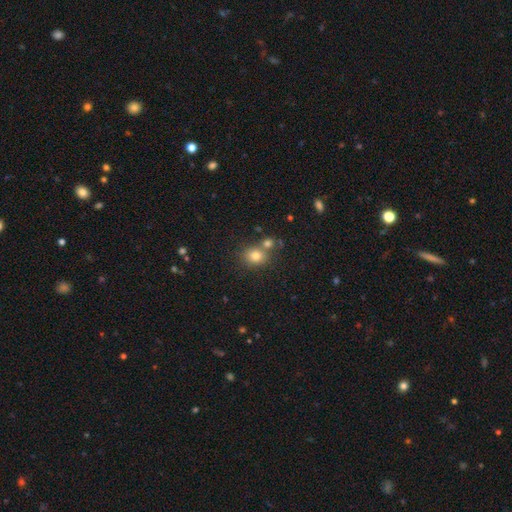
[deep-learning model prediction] A smooth galaxy with no disk features (79%) that is round (65%). Merging: none (59%).